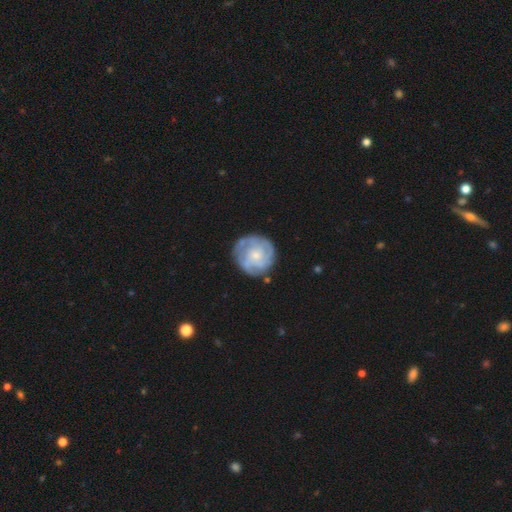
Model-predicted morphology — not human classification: smooth-or-featured: featured or disk: 72% | smooth: 22% | star or artifact: 6%
  disk-edge-on: no: 98% | yes: 2%
    bar: no: 75% | weak: 22% | strong: 3%
    has-spiral-arms: yes: 88% | no: 12%
      spiral-winding: tight: 61% | medium: 30% | loose: 9%
      spiral-arm-count: can't tell: 37% | 3: 24% | 4: 15% | 2: 13% | more than 4: 6% | 1: 6%
    bulge-size: small: 59% | moderate: 32% | none: 6% | large: 3% | dominant: 1%
  merging: none: 77% | minor disturbance: 15% | major disturbance: 6% | merger: 2%